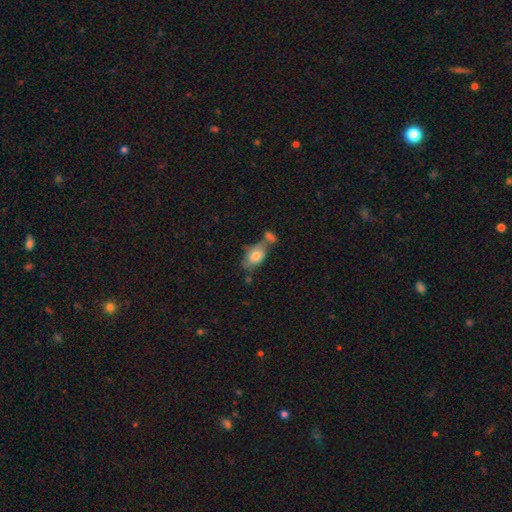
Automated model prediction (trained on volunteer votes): Overall: smooth (73%). How rounded: in between (87%). Merging: none (36%, tied with merger).